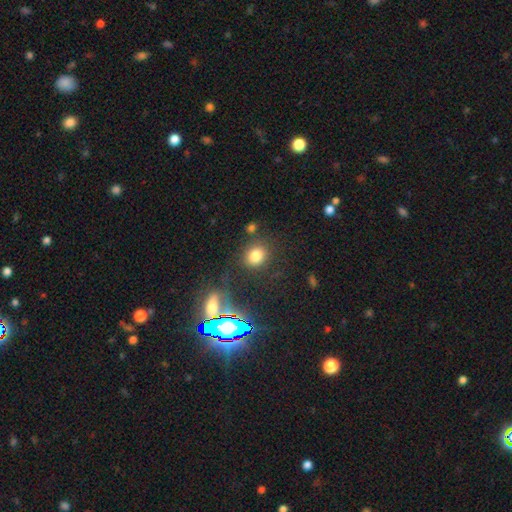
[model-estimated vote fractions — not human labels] smooth_or_featured: smooth (p=0.77) [alt: star or artifact p=0.16]
how_rounded: round (p=0.67) [alt: in between p=0.31]
merging: none (p=0.80) [alt: minor disturbance p=0.11]